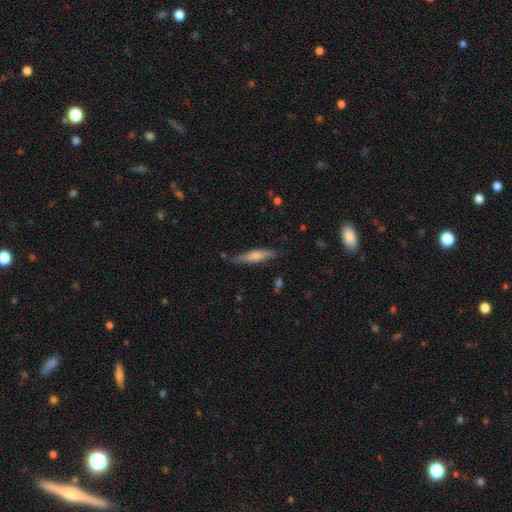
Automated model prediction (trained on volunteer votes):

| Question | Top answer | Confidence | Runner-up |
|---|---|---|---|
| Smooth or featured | smooth | 64% | featured or disk (30%) |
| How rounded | cigar-shaped | 81% | in between (18%) |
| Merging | none | 80% | minor disturbance (15%) |